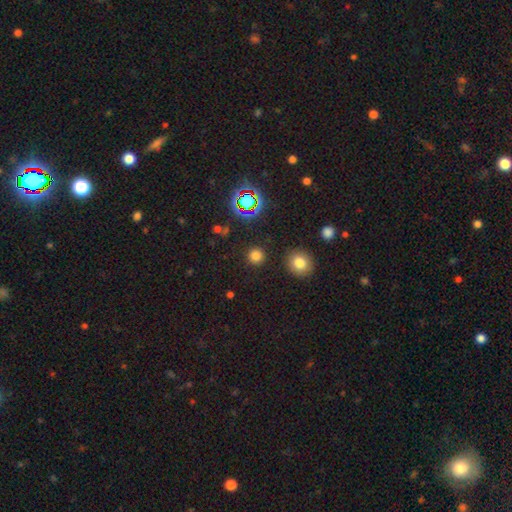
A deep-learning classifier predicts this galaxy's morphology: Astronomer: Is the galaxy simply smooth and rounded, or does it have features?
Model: smooth — 77%.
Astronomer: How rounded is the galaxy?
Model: round — 94%.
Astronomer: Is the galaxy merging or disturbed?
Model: none — 91%.